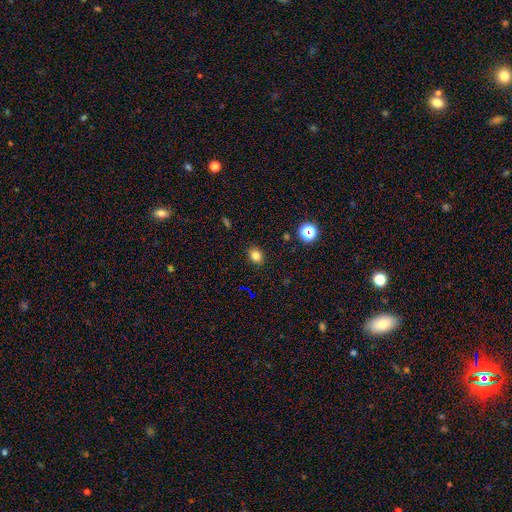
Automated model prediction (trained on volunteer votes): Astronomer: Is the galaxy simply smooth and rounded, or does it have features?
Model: smooth — 80%.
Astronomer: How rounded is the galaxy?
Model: in between — 52% (runner-up: round, 47%).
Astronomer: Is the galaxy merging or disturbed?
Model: none — 88%.